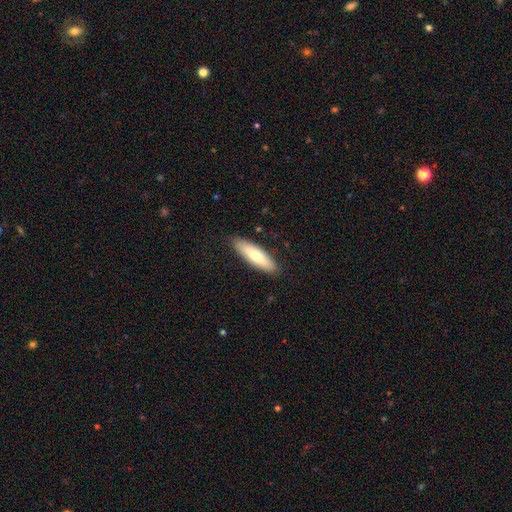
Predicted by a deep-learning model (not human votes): Q: Smooth or featured?
A: smooth (67%); runner-up: featured or disk (27%)
Q: How rounded?
A: cigar-shaped (57%); runner-up: in between (41%)
Q: Merging?
A: none (87%); runner-up: minor disturbance (10%)